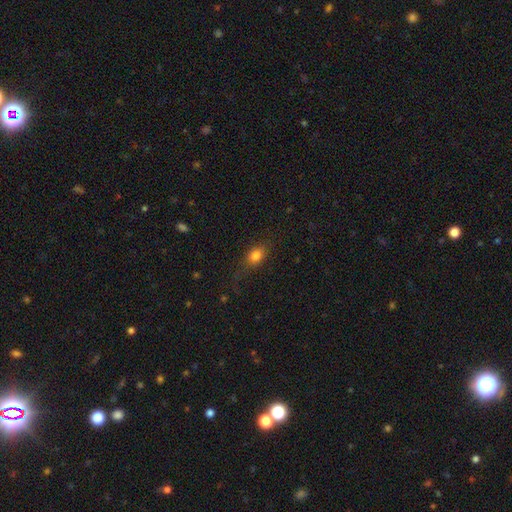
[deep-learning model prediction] smooth-or-featured: smooth: 80% | star or artifact: 11% | featured or disk: 9%
  how-rounded: in between: 68% | round: 27% | cigar-shaped: 5%
  merging: none: 70% | minor disturbance: 18% | major disturbance: 10% | merger: 2%